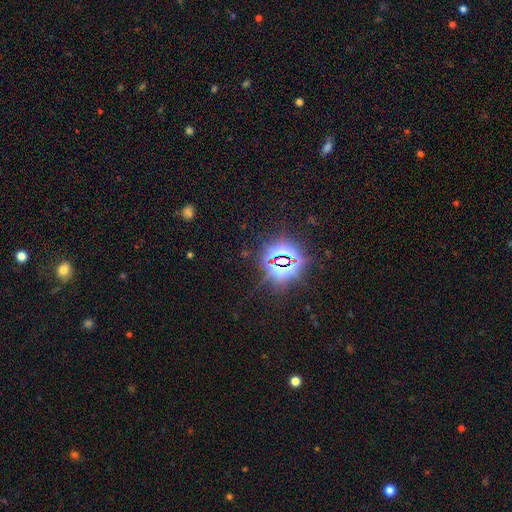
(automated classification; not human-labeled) The model was most divided on "smooth or featured": star or artifact: 82%, smooth: 11%, featured or disk: 7%.